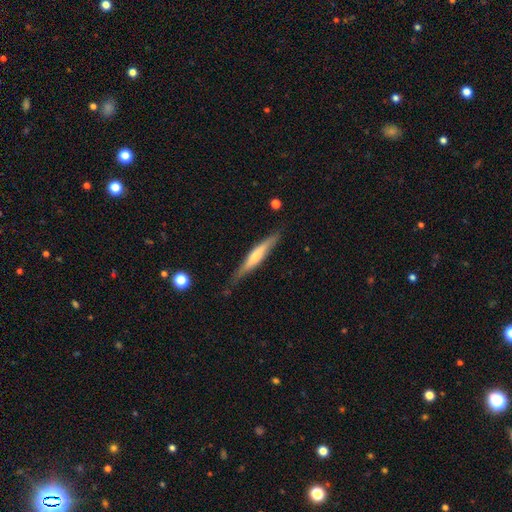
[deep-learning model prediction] A featured or disk galaxy (52%) viewed edge-on (92%).

Vote fractions:
- Smooth or featured? featured or disk: 52% / smooth: 42% / star or artifact: 6%
- Edge-on disk? yes: 92% / no: 8%
- Merging? none: 79% / minor disturbance: 16% / major disturbance: 3% / merger: 2%